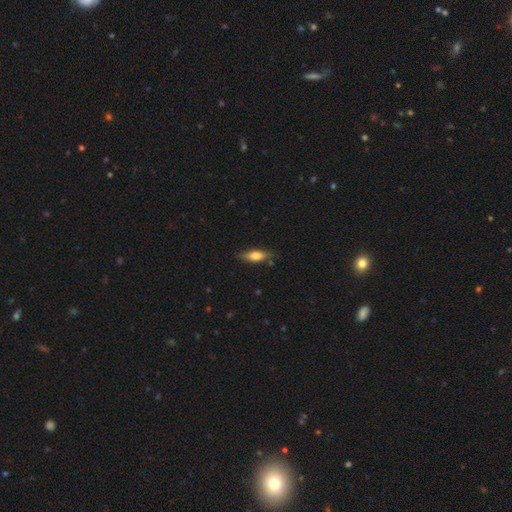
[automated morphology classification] smooth-or-featured: smooth: 55% | featured or disk: 38% | star or artifact: 7%
  how-rounded: in between: 58% | cigar-shaped: 39% | round: 3%
  merging: none: 78% | minor disturbance: 17% | major disturbance: 3% | merger: 2%